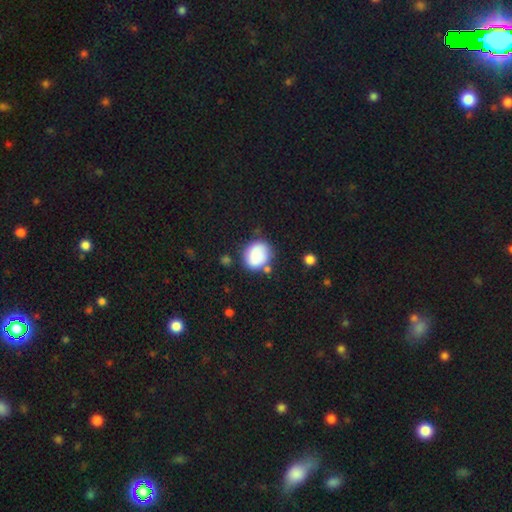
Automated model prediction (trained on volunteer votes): Overall: smooth (84%). How rounded: round (66%; in between 33%). Merging: none (65%).